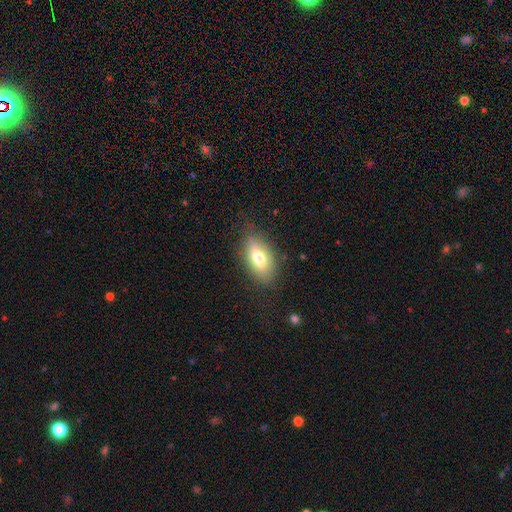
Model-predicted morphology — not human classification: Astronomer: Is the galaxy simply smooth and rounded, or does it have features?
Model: smooth — 70%.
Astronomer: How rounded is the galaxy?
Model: in between — 86%.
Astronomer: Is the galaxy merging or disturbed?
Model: none — 78%.